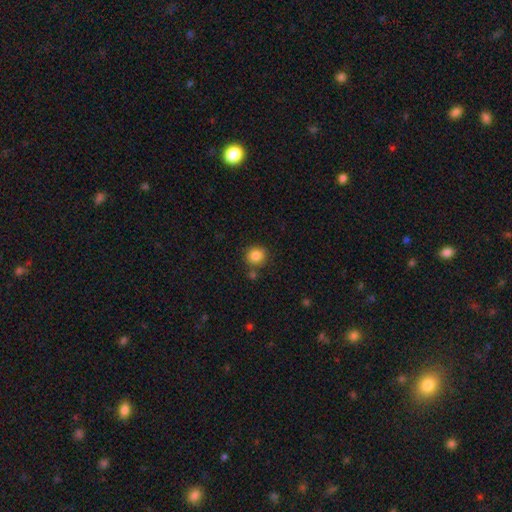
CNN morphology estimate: Smooth or featured?
  - smooth: 85% *
  - star or artifact: 10%
  - featured or disk: 5%
How rounded?
  - round: 83% *
  - in between: 16%
  - cigar-shaped: 1%
Merging?
  - none: 80% *
  - minor disturbance: 10%
  - merger: 7%
  - major disturbance: 3%